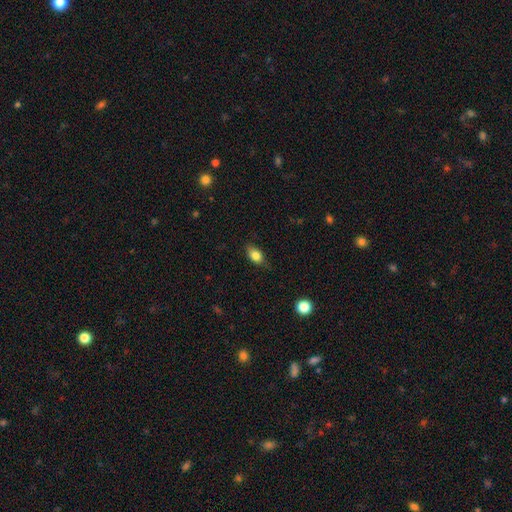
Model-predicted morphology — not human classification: type=smooth (82%); roundness=in between (83%); merging=none (77%).